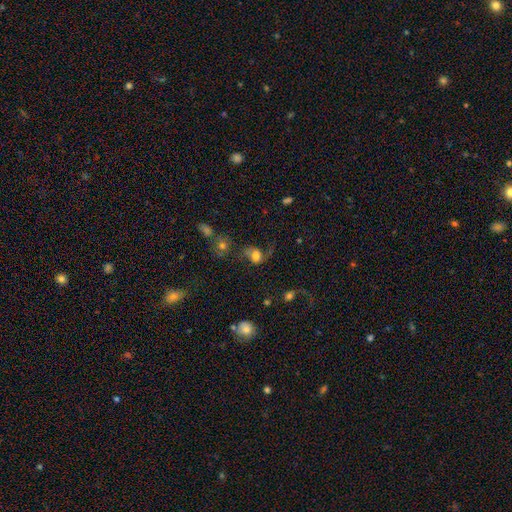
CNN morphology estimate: This appears to be a smooth galaxy with no disk features (46%). Merging: none (40%).